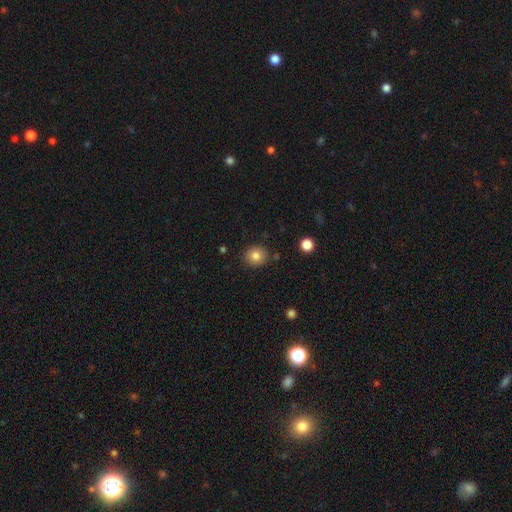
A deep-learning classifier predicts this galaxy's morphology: Smooth or featured? Predicted: smooth (p=0.82). How rounded? Predicted: round (p=0.88). Merging? Predicted: none (p=0.87).